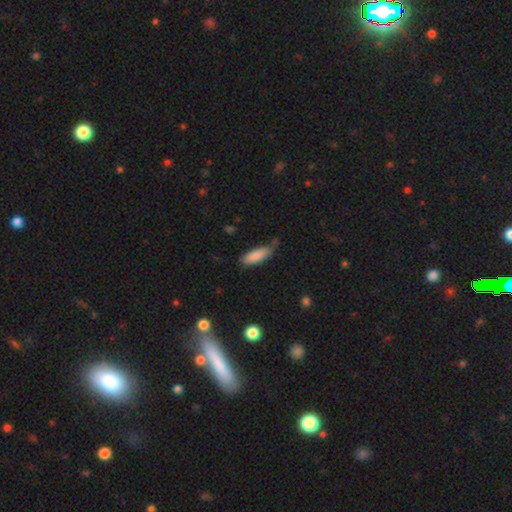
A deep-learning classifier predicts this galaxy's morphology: Smooth or featured? Predicted: smooth (p=0.86). How rounded? Predicted: in between (p=0.60). Merging? Predicted: none (p=0.58).